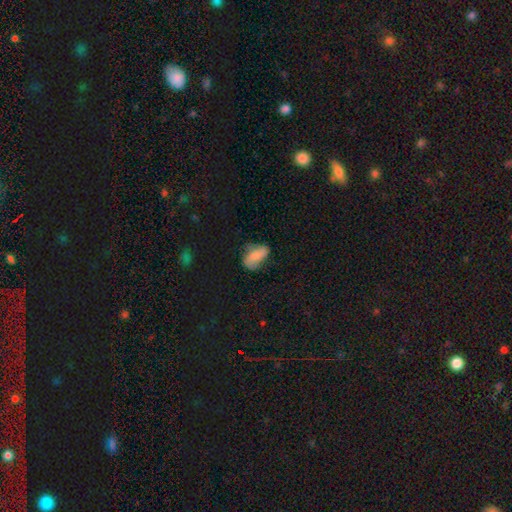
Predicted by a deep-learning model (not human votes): Smooth or featured? Predicted: smooth (p=0.68). How rounded? Predicted: in between (p=0.90). Merging? Predicted: none (p=0.51).